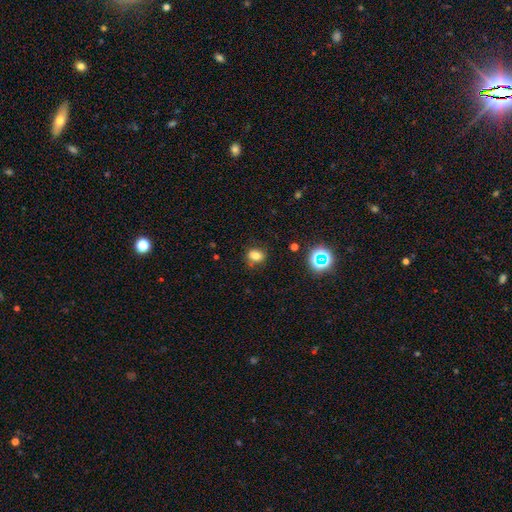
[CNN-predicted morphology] This is likely a smooth galaxy (76%). How rounded: possibly in between (52%). Merging: likely none (74%).